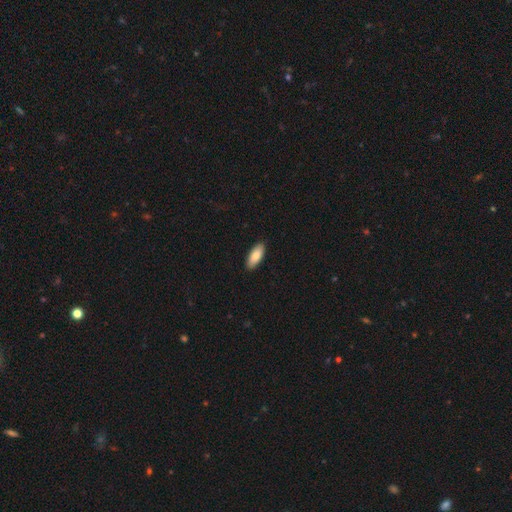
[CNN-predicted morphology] Smooth or featured? Predicted: smooth (p=0.84). How rounded? Predicted: in between (p=0.83). Merging? Predicted: none (p=0.90).